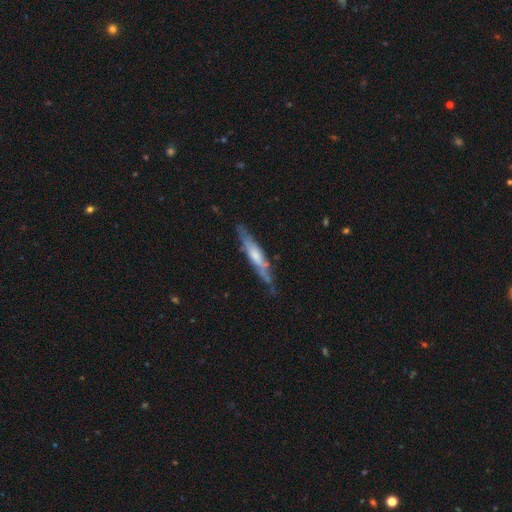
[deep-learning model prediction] Overall: featured or disk (58%; smooth 36%). Edge-on disk: yes (77%). Merging: none (67%).